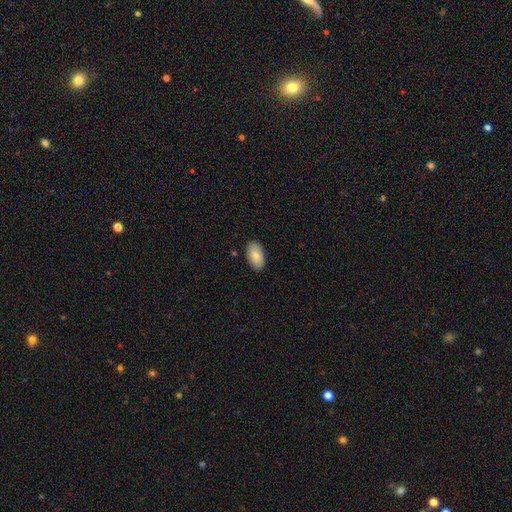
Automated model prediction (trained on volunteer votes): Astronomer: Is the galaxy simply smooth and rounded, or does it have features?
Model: smooth — 83%.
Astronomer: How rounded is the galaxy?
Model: in between — 95%.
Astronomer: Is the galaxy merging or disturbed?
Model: none — 88%.